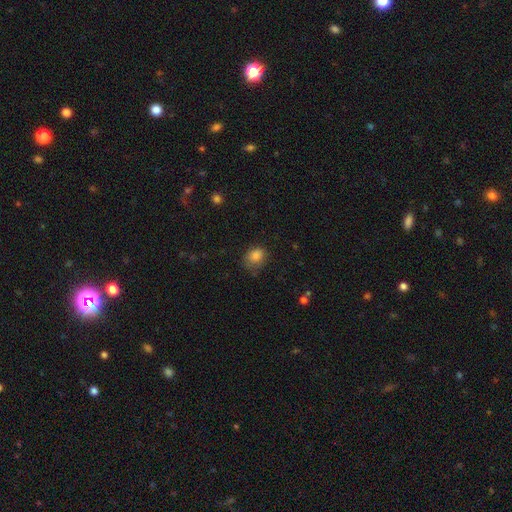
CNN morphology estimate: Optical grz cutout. It shows a smooth galaxy with no disk features (83%) that is in between round and cigar-shaped (56%). Merging: none (60%).